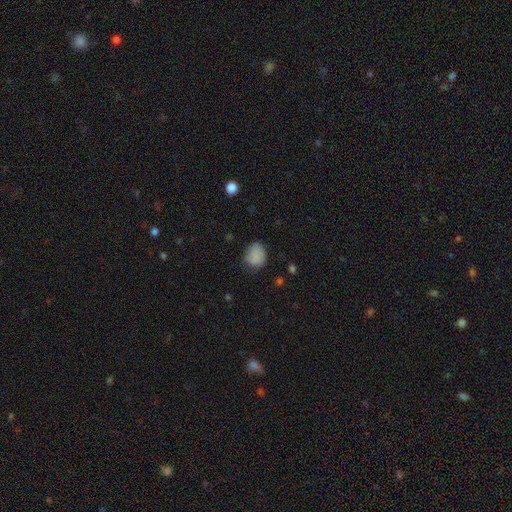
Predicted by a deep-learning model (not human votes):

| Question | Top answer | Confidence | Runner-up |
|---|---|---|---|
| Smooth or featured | smooth | 84% | star or artifact (10%) |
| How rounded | round | 55% | in between (44%) |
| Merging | none | 68% | minor disturbance (24%) |